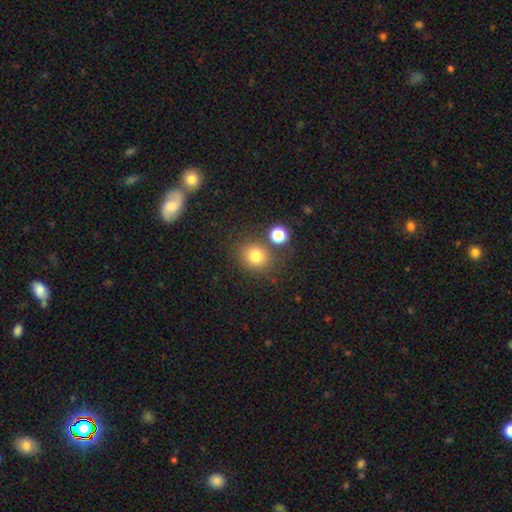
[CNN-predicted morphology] A smooth galaxy with no disk features (78%) that is round (84%).

Vote fractions:
- Smooth or featured? smooth: 78% / star or artifact: 14% / featured or disk: 8%
- How rounded? round: 84% / in between: 15% / cigar-shaped: 1%
- Merging? none: 75% / merger: 11% / minor disturbance: 10% / major disturbance: 4%